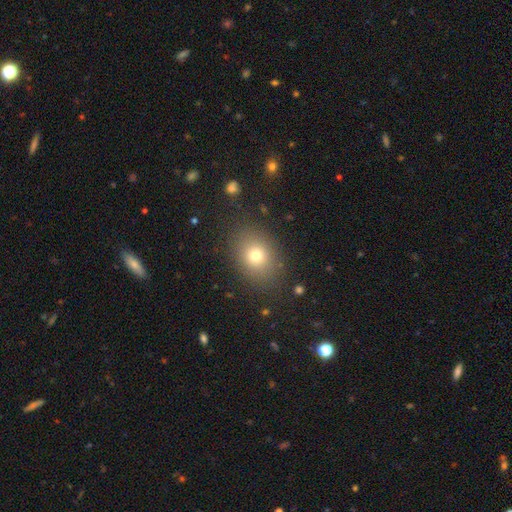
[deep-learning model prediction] smooth 74%, star or artifact 14%, featured or disk 12%. Down the decision tree: how rounded — in between (54%); merging — none (84%).